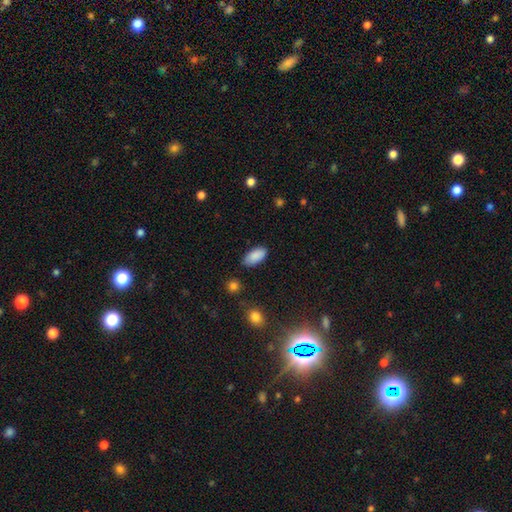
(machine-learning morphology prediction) Q: Smooth or featured?
A: smooth (89%); runner-up: star or artifact (7%)
Q: How rounded?
A: in between (93%); runner-up: cigar-shaped (5%)
Q: Merging?
A: none (83%); runner-up: minor disturbance (13%)